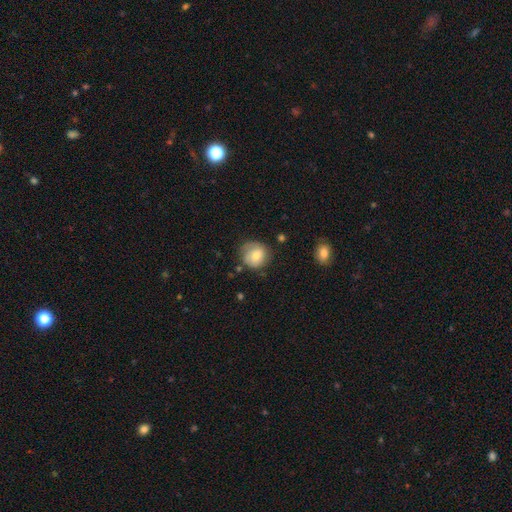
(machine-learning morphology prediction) The model was most divided on "smooth or featured": smooth: 63%, featured or disk: 29%, star or artifact: 8%. More confident: how rounded — round (79%); merging — none (61%).